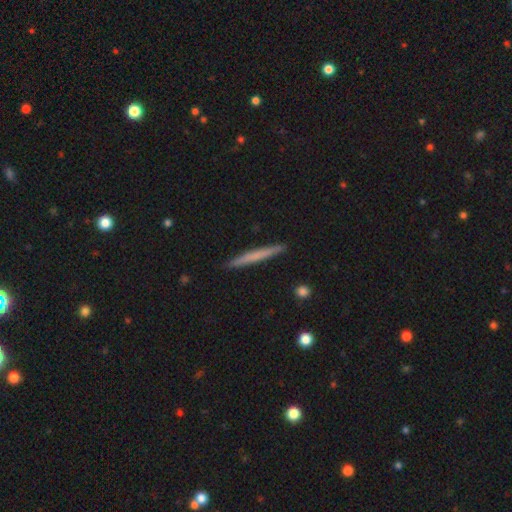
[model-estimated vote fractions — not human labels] Overall: smooth (61%; featured or disk 34%). How rounded: cigar-shaped (97%). Merging: none (92%).